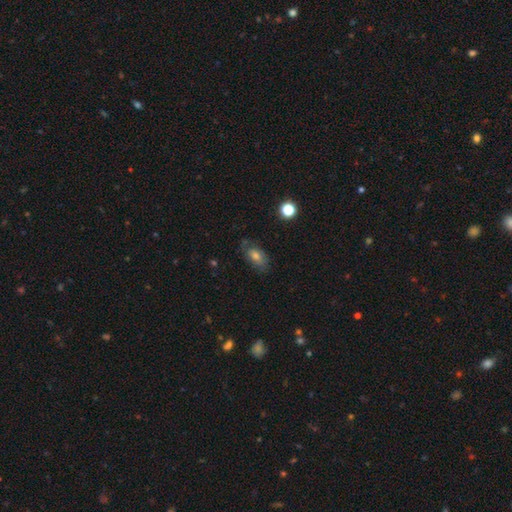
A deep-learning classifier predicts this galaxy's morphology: A smooth galaxy with no disk features (55%) that is in between round and cigar-shaped (84%). Merging: none (70%).